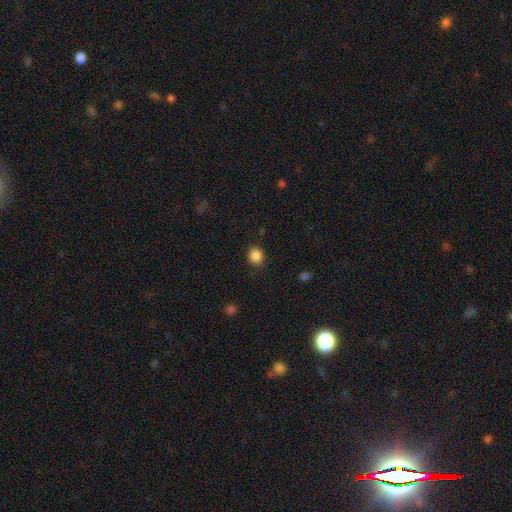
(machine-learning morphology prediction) smooth-or-featured: smooth: 87% | star or artifact: 10% | featured or disk: 3%
  how-rounded: round: 71% | in between: 28% | cigar-shaped: 1%
  merging: none: 88% | minor disturbance: 8% | major disturbance: 3% | merger: 1%